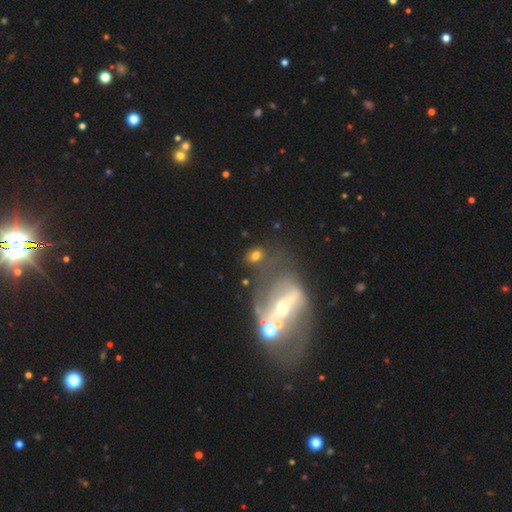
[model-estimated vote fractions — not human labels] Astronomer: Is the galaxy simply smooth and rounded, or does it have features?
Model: smooth — 54% (runner-up: featured or disk, 30%).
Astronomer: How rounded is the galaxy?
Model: in between — 69%.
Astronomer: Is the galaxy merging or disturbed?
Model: none — 51%.